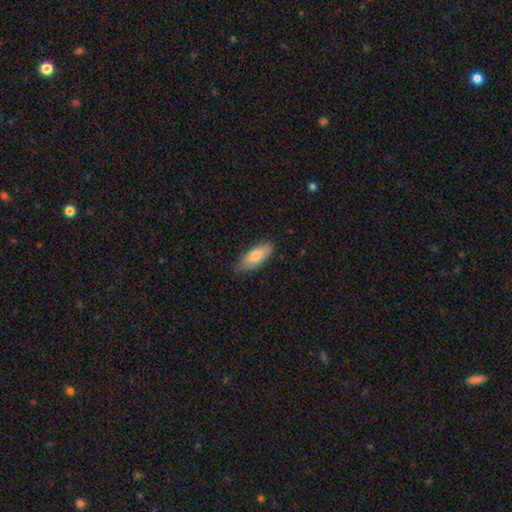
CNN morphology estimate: Smooth or featured? smooth (78%)
How rounded? in between (72%)
Merging? none (82%)